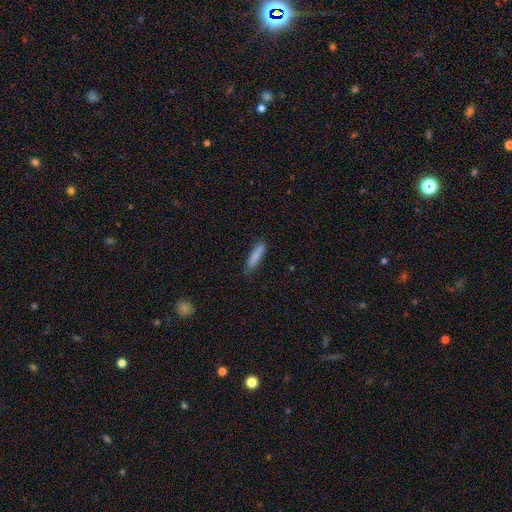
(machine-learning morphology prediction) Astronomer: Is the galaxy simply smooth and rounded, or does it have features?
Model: smooth — 86%.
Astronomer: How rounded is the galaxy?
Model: cigar-shaped — 75%.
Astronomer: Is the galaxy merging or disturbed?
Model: none — 81%.